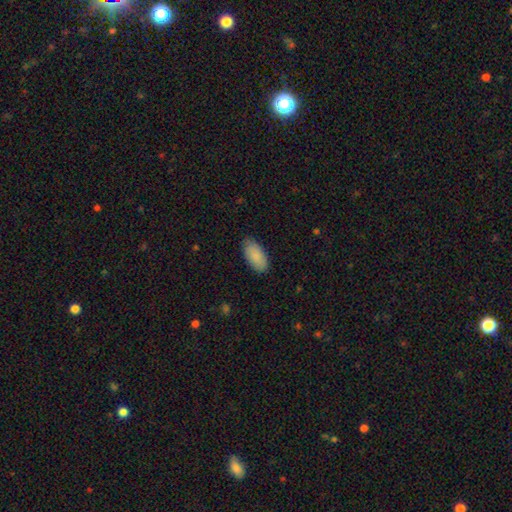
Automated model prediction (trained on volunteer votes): Smooth or featured? smooth (88%)
How rounded? in between (93%)
Merging? none (84%)